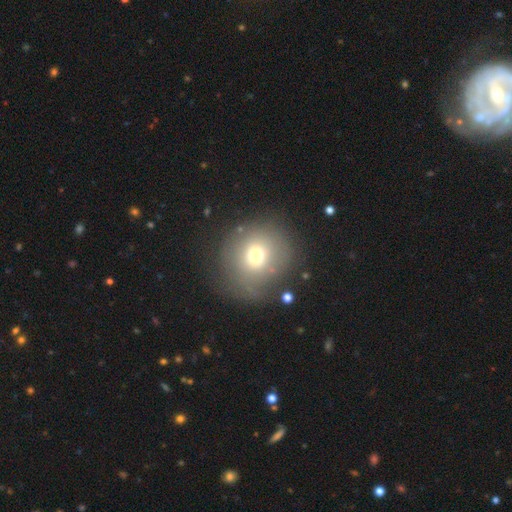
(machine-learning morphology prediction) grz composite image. It shows a smooth galaxy with no disk features (68%) that is round (88%). Merging: none (71%).